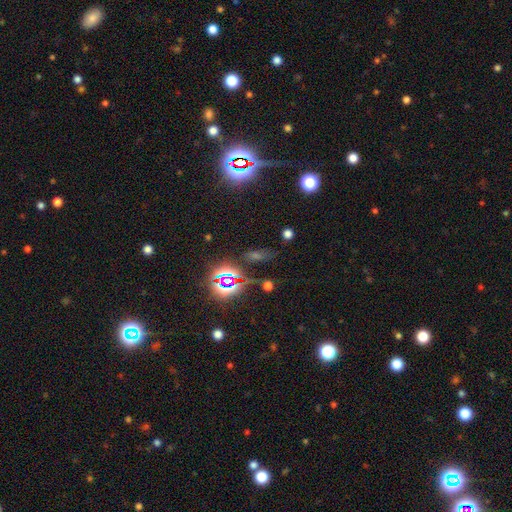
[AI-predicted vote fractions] Q: Smooth or featured?
A: star or artifact (64%); runner-up: smooth (22%)